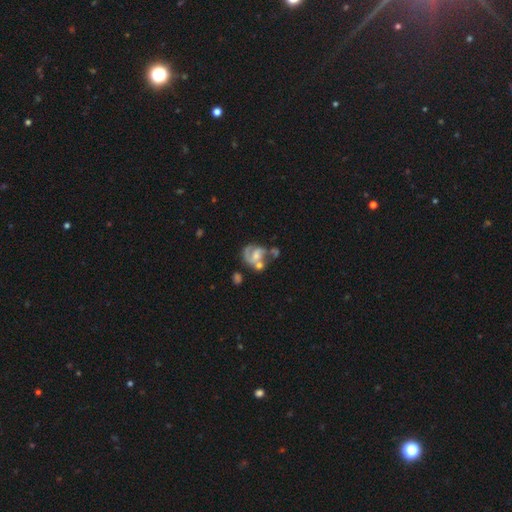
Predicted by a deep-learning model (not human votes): smooth-or-featured: featured or disk: 72% | smooth: 21% | star or artifact: 8%
  disk-edge-on: no: 98% | yes: 2%
    bar: no: 54% | weak: 36% | strong: 10%
    has-spiral-arms: yes: 81% | no: 19%
      spiral-winding: medium: 46% | tight: 30% | loose: 24%
      spiral-arm-count: 2: 56% | 1: 25% | can't tell: 12% | 3: 4% | 4: 1% | more than 4: 1%
    bulge-size: moderate: 42% | small: 39% | none: 13% | large: 5% | dominant: 2%
  merging: none: 32% | merger: 30% | major disturbance: 20% | minor disturbance: 18%